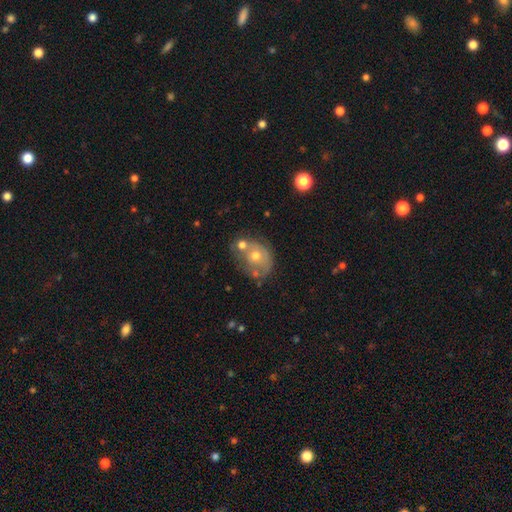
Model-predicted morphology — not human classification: Smooth or featured? Predicted: featured or disk (p=0.46). Merging? Predicted: none (p=0.38).